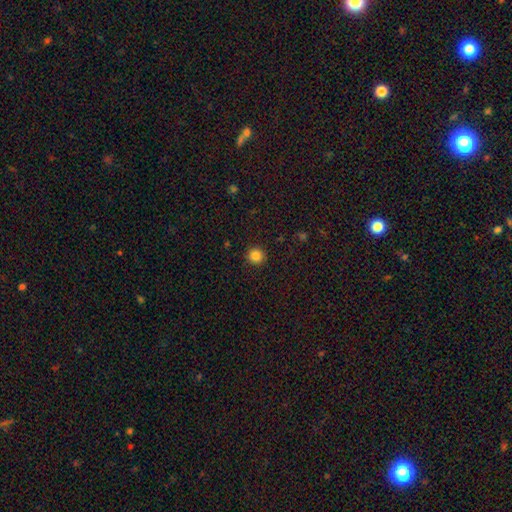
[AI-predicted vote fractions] This is clearly a smooth galaxy (84%). How rounded: clearly round (93%). Merging: clearly none (92%).